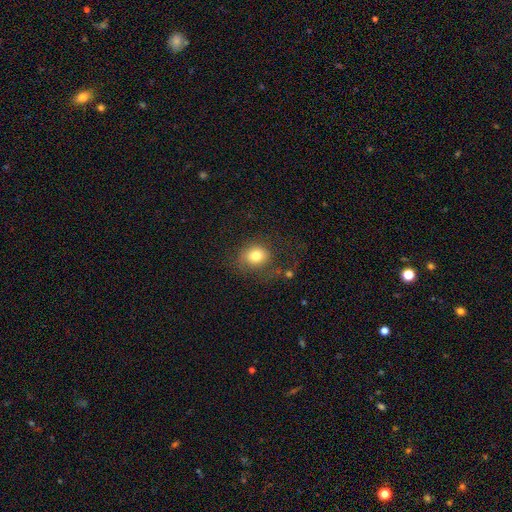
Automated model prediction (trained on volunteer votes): A smooth galaxy with no disk features (79%) that is round (64%).

Vote fractions:
- Smooth or featured? smooth: 79% / star or artifact: 11% / featured or disk: 10%
- How rounded? round: 64% / in between: 35% / cigar-shaped: 1%
- Merging? none: 62% / minor disturbance: 20% / major disturbance: 15% / merger: 3%